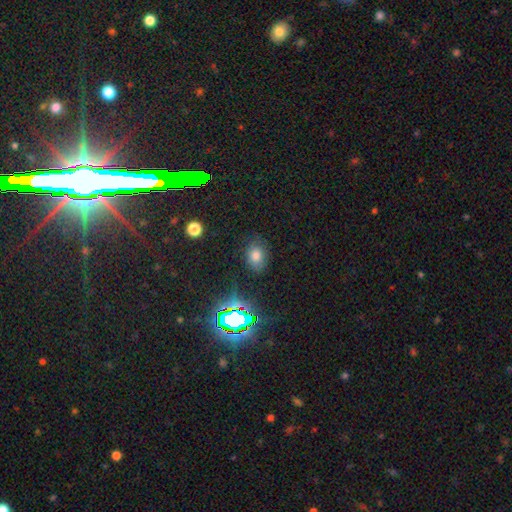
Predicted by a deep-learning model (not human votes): Smooth or featured? smooth (71%)
How rounded? in between (66%)
Merging? none (79%)